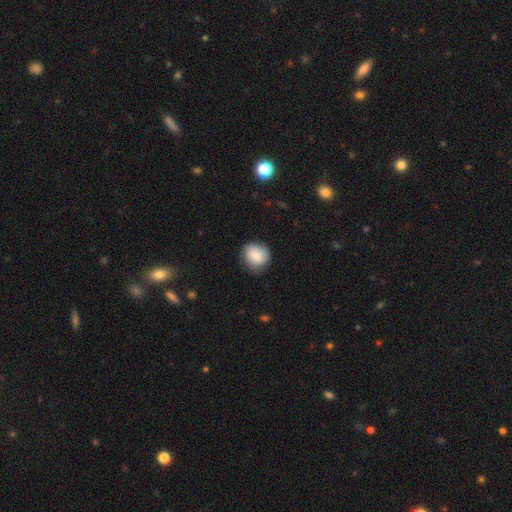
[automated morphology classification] Overall: smooth (76%). How rounded: round (85%). Merging: none (73%).